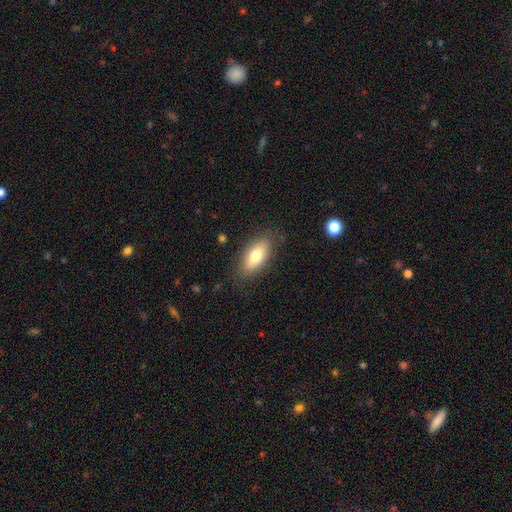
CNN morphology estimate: Q: Smooth or featured?
A: smooth (74%); runner-up: featured or disk (19%)
Q: How rounded?
A: in between (83%); runner-up: cigar-shaped (14%)
Q: Merging?
A: none (84%); runner-up: minor disturbance (12%)